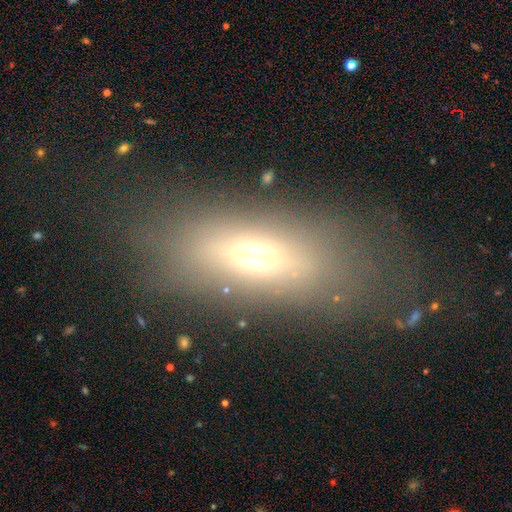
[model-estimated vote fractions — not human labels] This is possibly a smooth galaxy (55%). How rounded: likely in between (68%). Merging: likely none (68%).